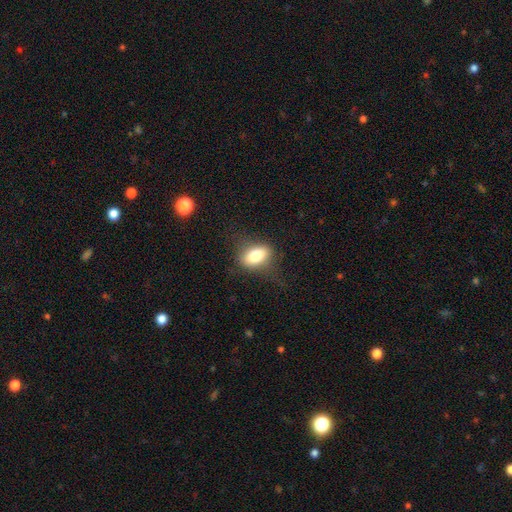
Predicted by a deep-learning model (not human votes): This is likely a smooth galaxy (77%). How rounded: clearly in between (83%). Merging: likely none (72%).